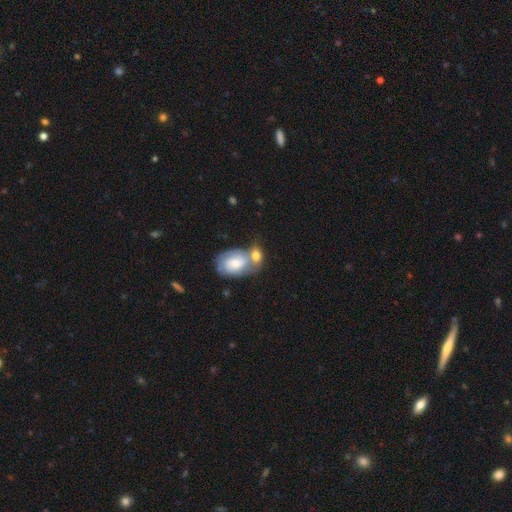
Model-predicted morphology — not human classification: Smooth or featured? smooth (54%)
How rounded? in between (74%)
Merging? merger (59%)